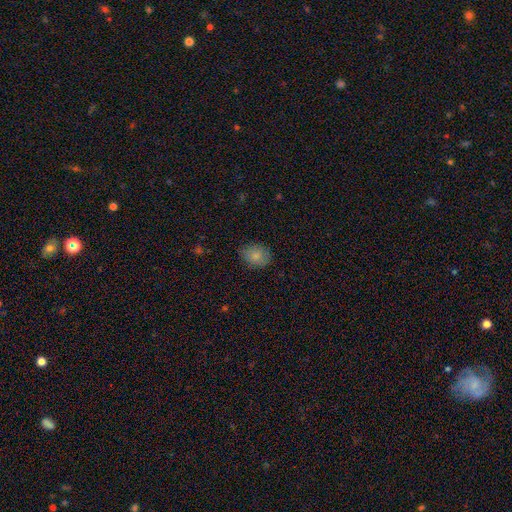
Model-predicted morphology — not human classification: smooth 84%, star or artifact 9%, featured or disk 7%. Down the decision tree: how rounded — in between (57%); merging — none (81%).